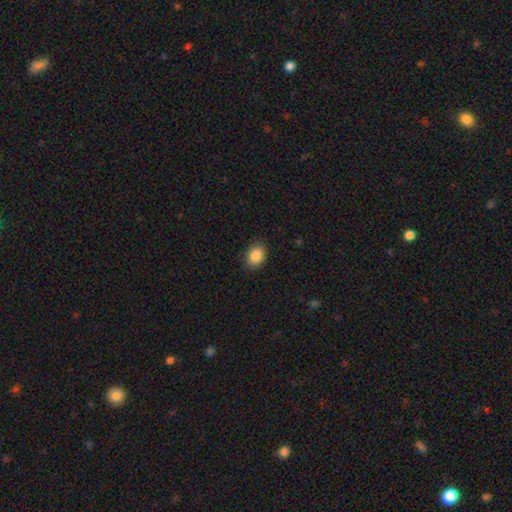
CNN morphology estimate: A smooth galaxy with no disk features (87%) that is in between round and cigar-shaped (64%). Merging: none (85%).